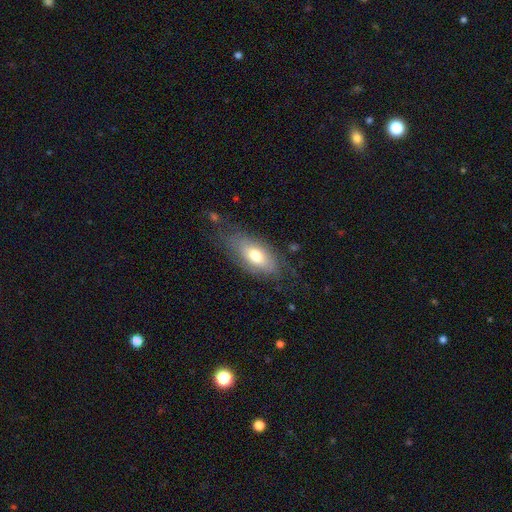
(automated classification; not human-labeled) Smooth or featured?
  - smooth: 62% *
  - featured or disk: 31%
  - star or artifact: 7%
How rounded?
  - in between: 87% *
  - cigar-shaped: 8%
  - round: 4%
Merging?
  - none: 67% *
  - minor disturbance: 21%
  - major disturbance: 10%
  - merger: 2%